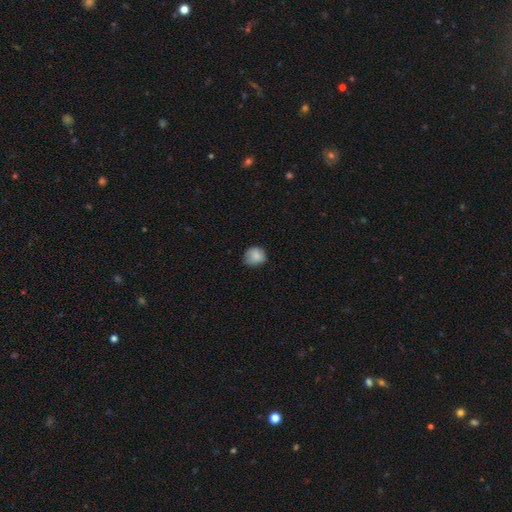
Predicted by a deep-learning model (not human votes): smooth-or-featured: smooth: 83% | star or artifact: 9% | featured or disk: 8%
  how-rounded: round: 75% | in between: 24% | cigar-shaped: 1%
  merging: none: 65% | minor disturbance: 28% | major disturbance: 6% | merger: 1%